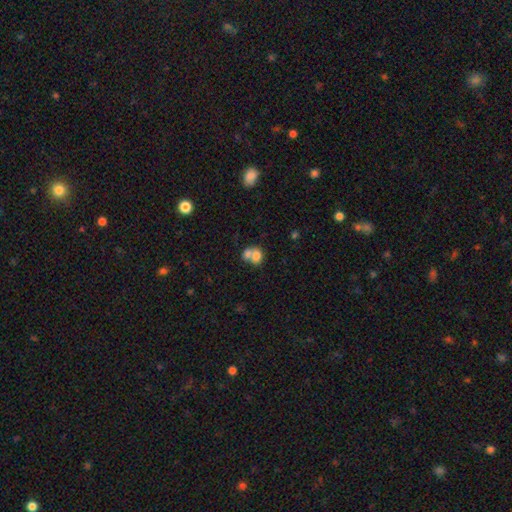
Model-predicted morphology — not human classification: This appears to be a smooth galaxy with no disk features (75%) that is in between round and cigar-shaped (55%). Merging: merger (66%).